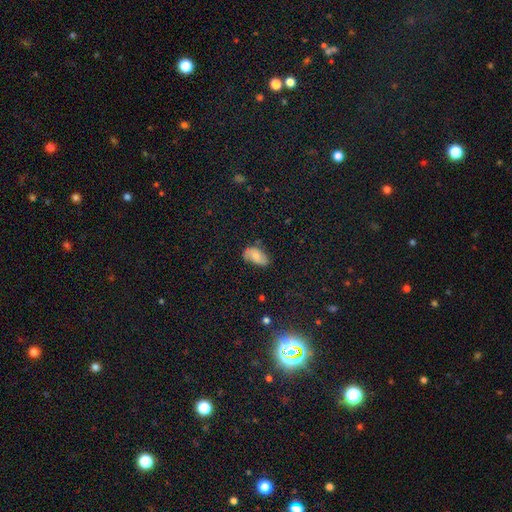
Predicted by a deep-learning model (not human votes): Q: Smooth or featured?
A: smooth (63%); runner-up: featured or disk (26%)
Q: How rounded?
A: in between (92%); runner-up: round (6%)
Q: Merging?
A: none (55%); runner-up: minor disturbance (32%)